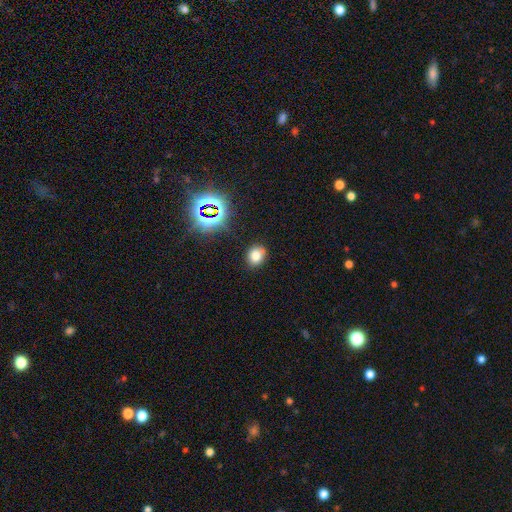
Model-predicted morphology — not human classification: type=smooth (73%); roundness=round (52%); merging=none (83%).